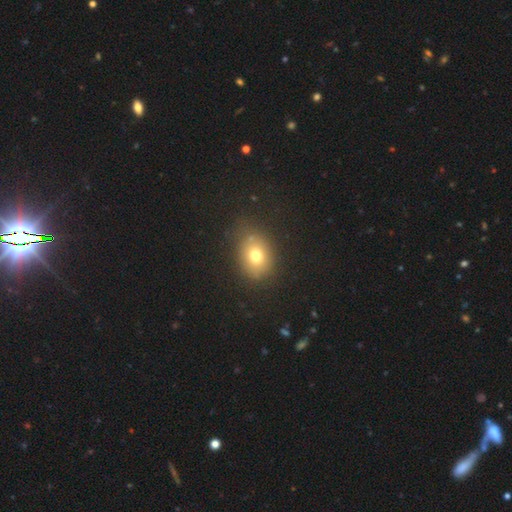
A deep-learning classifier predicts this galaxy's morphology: Q: Smooth or featured?
A: smooth (74%); runner-up: star or artifact (14%)
Q: How rounded?
A: in between (54%); runner-up: round (45%)
Q: Merging?
A: none (75%); runner-up: minor disturbance (16%)